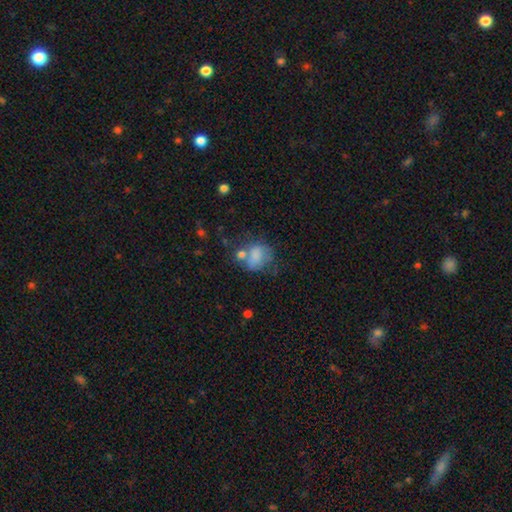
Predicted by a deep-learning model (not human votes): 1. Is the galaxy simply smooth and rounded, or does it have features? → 69% smooth, 20% featured or disk, 11% star or artifact.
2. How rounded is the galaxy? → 50% in between, 48% round, 1% cigar-shaped.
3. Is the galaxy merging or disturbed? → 34% none, 25% merger, 22% minor disturbance, 19% major disturbance.